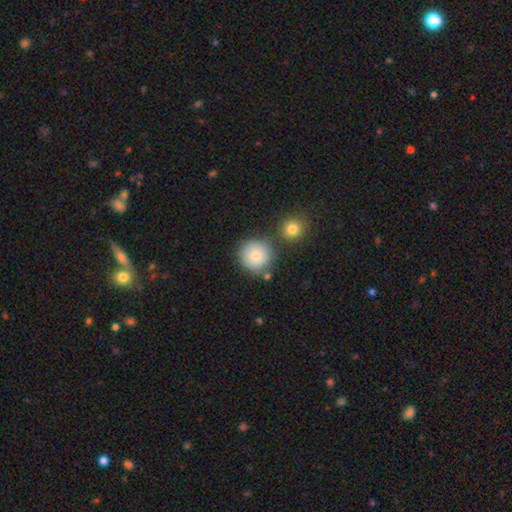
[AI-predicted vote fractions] This is clearly a smooth galaxy (83%). How rounded: clearly round (94%). Merging: likely none (75%).